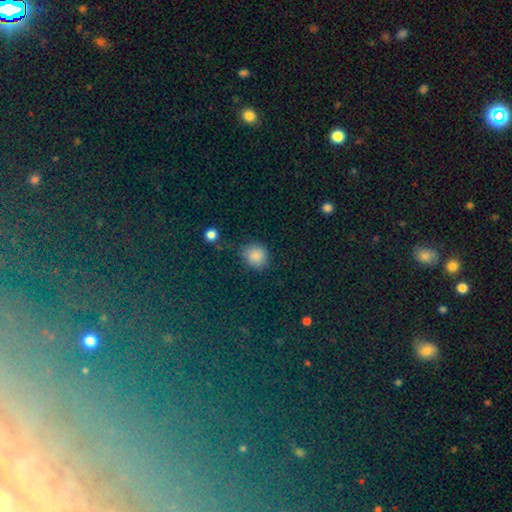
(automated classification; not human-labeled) This is clearly a smooth galaxy (83%). How rounded: likely round (74%). Merging: likely none (72%).